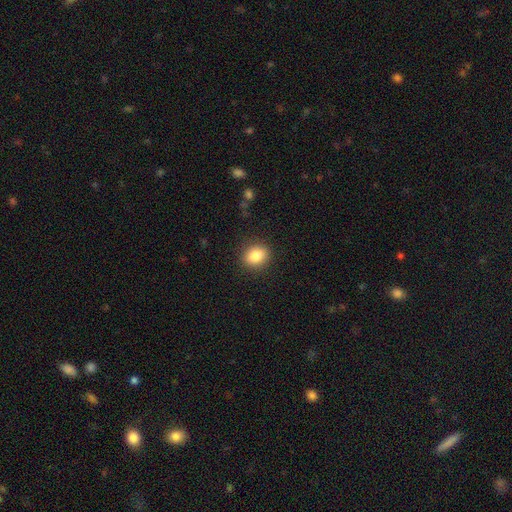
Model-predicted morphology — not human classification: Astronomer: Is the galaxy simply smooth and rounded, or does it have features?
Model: smooth — 84%.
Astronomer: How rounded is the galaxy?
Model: round — 52% (runner-up: in between, 47%).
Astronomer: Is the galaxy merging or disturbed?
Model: none — 89%.